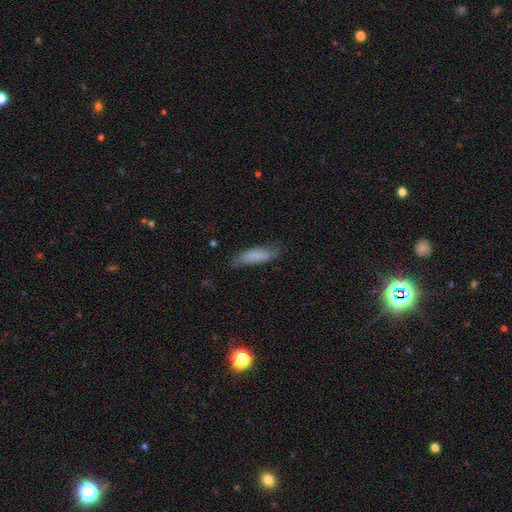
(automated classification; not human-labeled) Overall: smooth (79%). How rounded: cigar-shaped (57%; in between 41%). Merging: none (70%).